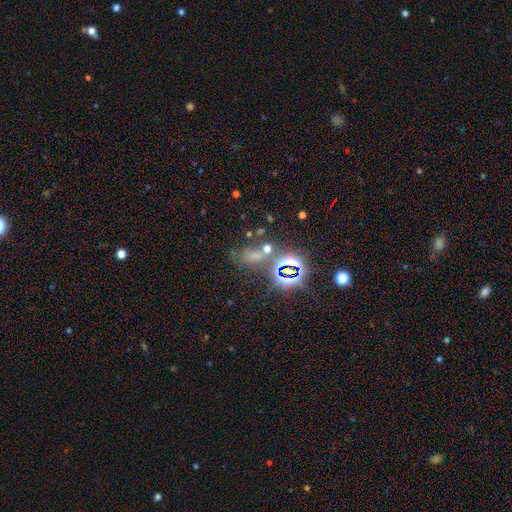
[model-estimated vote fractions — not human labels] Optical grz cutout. It shows a star or artifact, not a galaxy (50%).